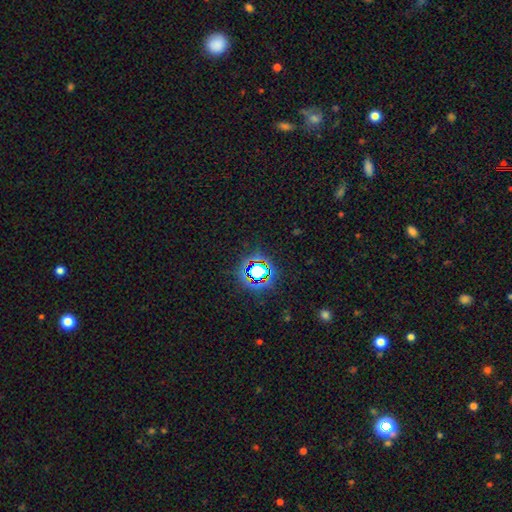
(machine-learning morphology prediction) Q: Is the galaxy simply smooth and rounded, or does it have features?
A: star or artifact — 78%.